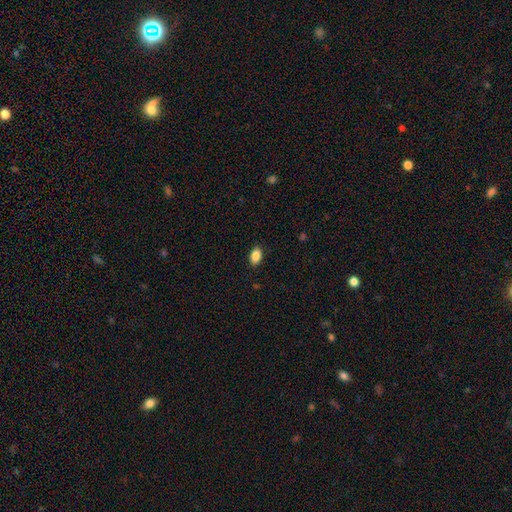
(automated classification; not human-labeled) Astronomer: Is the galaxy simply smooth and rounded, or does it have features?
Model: smooth — 88%.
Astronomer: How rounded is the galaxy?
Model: in between — 89%.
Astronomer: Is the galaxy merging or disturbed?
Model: none — 88%.